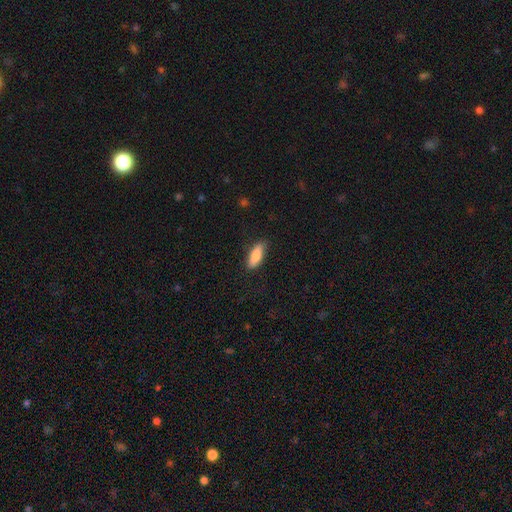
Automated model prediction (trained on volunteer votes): Smooth or featured?
  - smooth: 81% *
  - featured or disk: 13%
  - star or artifact: 6%
How rounded?
  - in between: 69% *
  - cigar-shaped: 29%
  - round: 2%
Merging?
  - none: 82% *
  - minor disturbance: 14%
  - major disturbance: 3%
  - merger: 1%